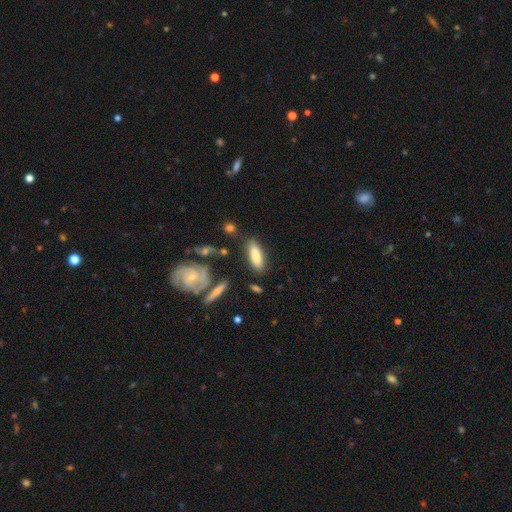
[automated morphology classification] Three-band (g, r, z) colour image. It shows a smooth galaxy with no disk features (77%) that is in between round and cigar-shaped (53%). Merging: none (79%).